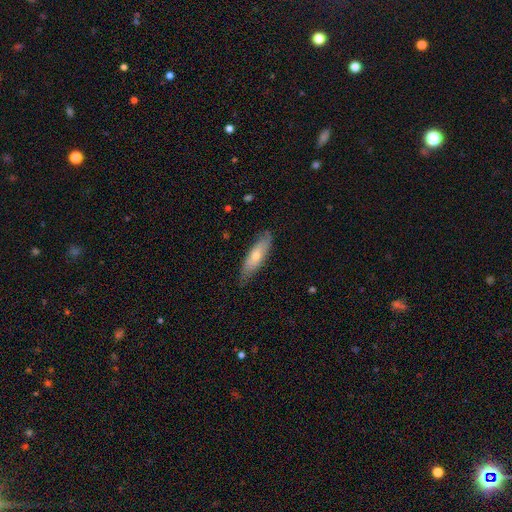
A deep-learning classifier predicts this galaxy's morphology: Smooth or featured: smooth — 55% (featured or disk — 39%)
How rounded: cigar-shaped — 58% (in between — 41%)
Merging: none — 78% (minor disturbance — 18%)